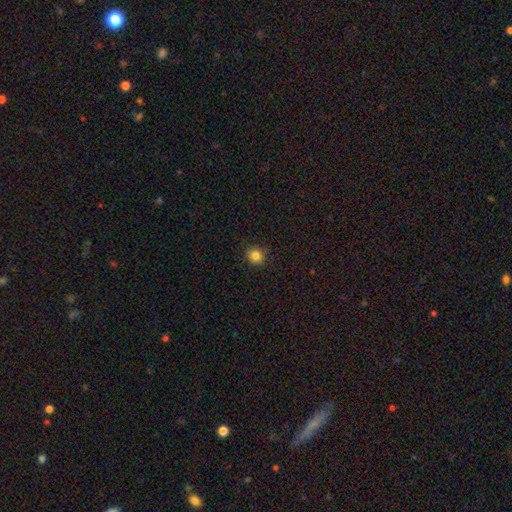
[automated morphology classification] Overall: smooth (84%). How rounded: round (87%). Merging: none (89%).